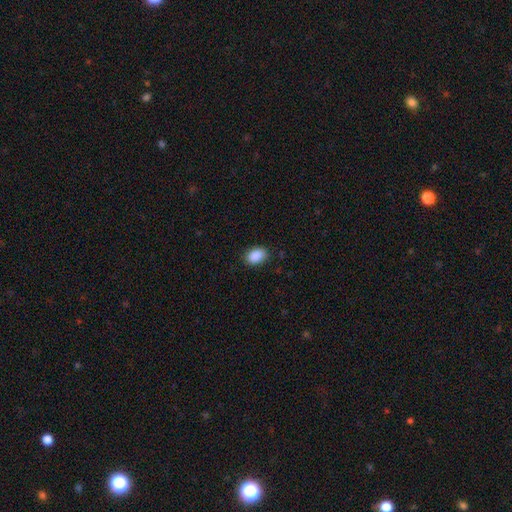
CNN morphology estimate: type=smooth (89%); roundness=in between (83%); merging=none (87%).